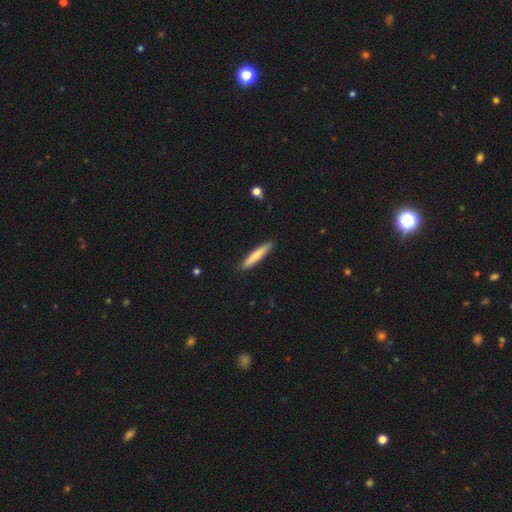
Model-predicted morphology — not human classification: A smooth galaxy with no disk features (68%) that is cigar-shaped (92%).

Vote fractions:
- Smooth or featured? smooth: 68% / featured or disk: 27% / star or artifact: 5%
- How rounded? cigar-shaped: 92% / in between: 6% / round: 1%
- Merging? none: 90% / minor disturbance: 8% / major disturbance: 1% / merger: 1%